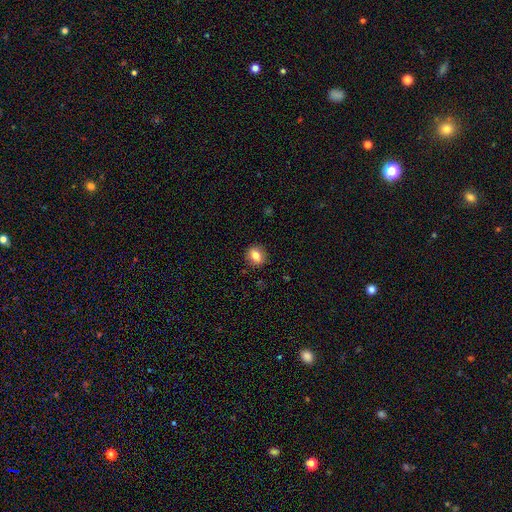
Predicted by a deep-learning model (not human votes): The model was most divided on "how rounded": round: 56%, in between: 42%, cigar-shaped: 1%. More confident: merging — none (88%); smooth or featured — smooth (82%).